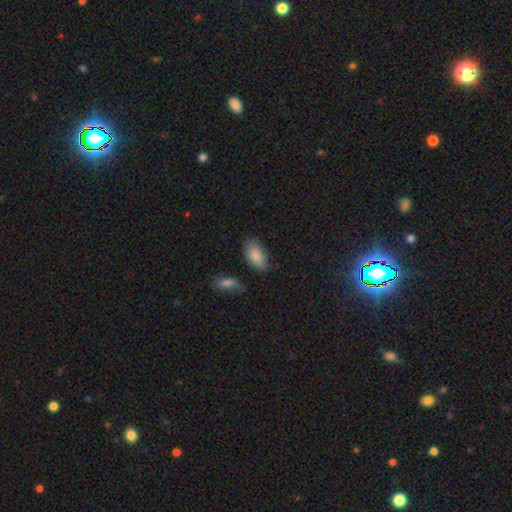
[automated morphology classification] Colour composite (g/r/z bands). It shows a smooth galaxy with no disk features (86%) that is in between round and cigar-shaped (93%). Merging: none (77%).